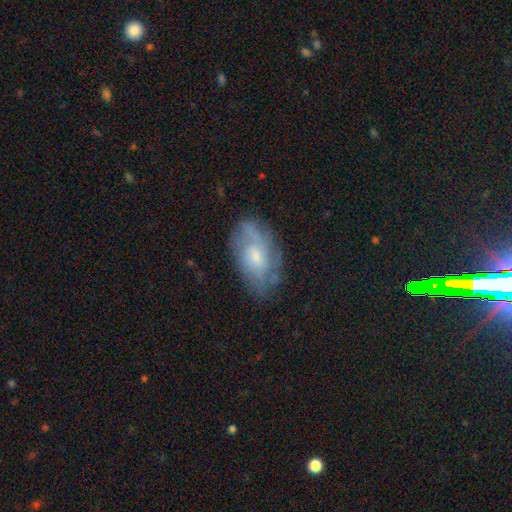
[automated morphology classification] A featured or disk galaxy (56%) with no bar (71%), spiral arms (70%) and a moderate central bulge (45%).

Vote fractions:
- Smooth or featured? featured or disk: 56% / smooth: 36% / star or artifact: 8%
- Edge-on disk? no: 92% / yes: 8%
- Bar? no: 71% / weak: 25% / strong: 4%
- Spiral arms? yes: 70% / no: 30%
- Bulge size? moderate: 45% / small: 42% / large: 6% / none: 5% / dominant: 1%
- Merging? none: 66% / minor disturbance: 23% / major disturbance: 9% / merger: 2%